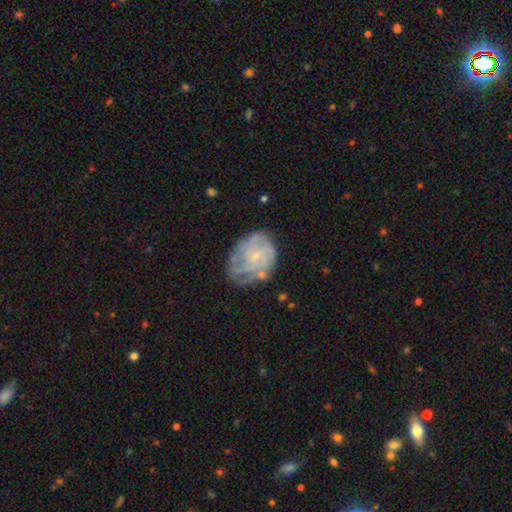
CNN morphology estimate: smooth-or-featured: featured or disk: 73% | smooth: 20% | star or artifact: 8%
  disk-edge-on: no: 98% | yes: 2%
    bar: no: 77% | weak: 20% | strong: 3%
    has-spiral-arms: yes: 84% | no: 16%
      spiral-winding: tight: 51% | medium: 35% | loose: 14%
      spiral-arm-count: can't tell: 39% | 3: 20% | 4: 18% | 2: 11% | more than 4: 7% | 1: 6%
    bulge-size: small: 79% | moderate: 12% | none: 7% | large: 1% | dominant: 1%
  merging: none: 51% | minor disturbance: 28% | major disturbance: 17% | merger: 4%